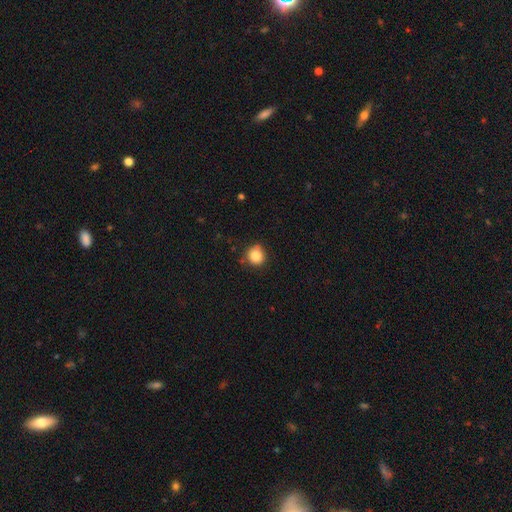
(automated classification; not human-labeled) Smooth or featured: smooth — 85% (star or artifact — 10%)
How rounded: round — 87% (in between — 12%)
Merging: none — 76% (minor disturbance — 19%)